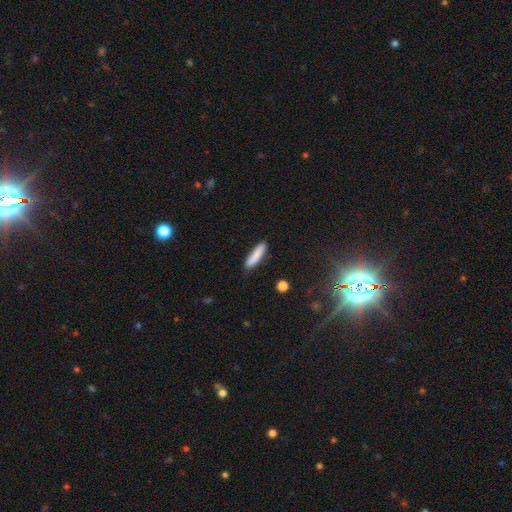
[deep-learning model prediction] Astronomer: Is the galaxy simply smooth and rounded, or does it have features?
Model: smooth — 84%.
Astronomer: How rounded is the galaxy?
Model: cigar-shaped — 83%.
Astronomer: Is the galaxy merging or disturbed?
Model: none — 84%.